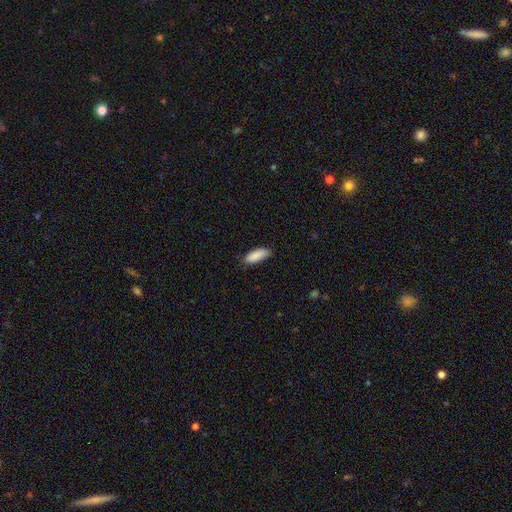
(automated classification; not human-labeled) Overall: smooth (89%). How rounded: in between (68%; cigar-shaped 30%). Merging: none (79%).